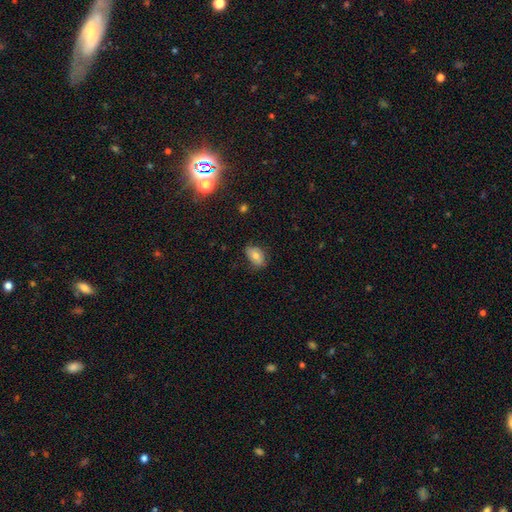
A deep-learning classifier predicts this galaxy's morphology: type=smooth (74%); roundness=in between (87%); merging=none (70%).